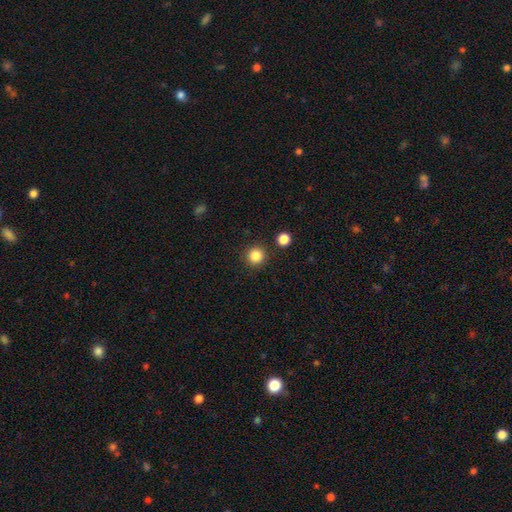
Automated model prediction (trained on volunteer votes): The model was most divided on "smooth or featured": smooth: 85%, star or artifact: 11%, featured or disk: 4%. More confident: how rounded — round (94%); merging — none (90%).